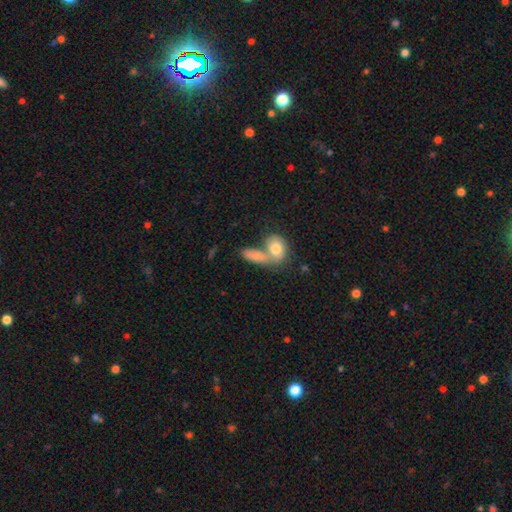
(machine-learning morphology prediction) This is likely a smooth galaxy (78%). How rounded: likely in between (70%). Merging: possibly merger (54%).